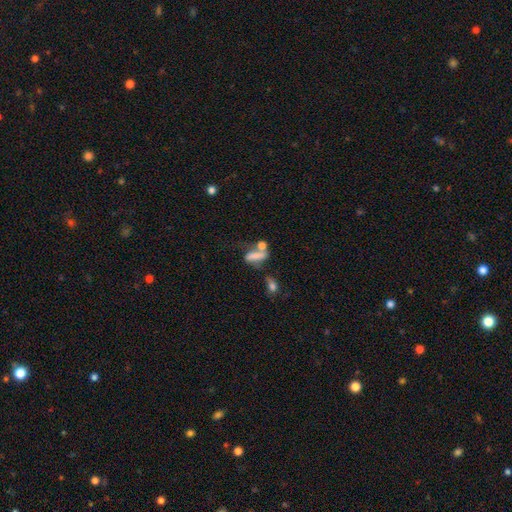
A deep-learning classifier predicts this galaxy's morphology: smooth_or_featured: smooth (p=0.61) [alt: featured or disk p=0.25]
how_rounded: in between (p=0.58) [alt: cigar-shaped p=0.32]
merging: merger (p=0.37) [alt: none p=0.27]